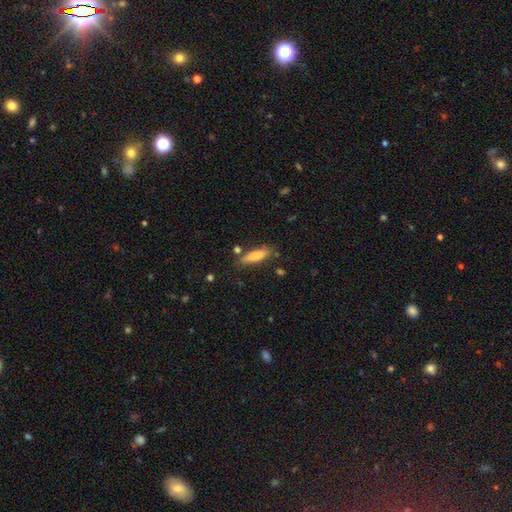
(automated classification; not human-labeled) Smooth or featured: smooth — 76% (featured or disk — 17%)
How rounded: cigar-shaped — 60% (in between — 38%)
Merging: none — 79% (minor disturbance — 13%)